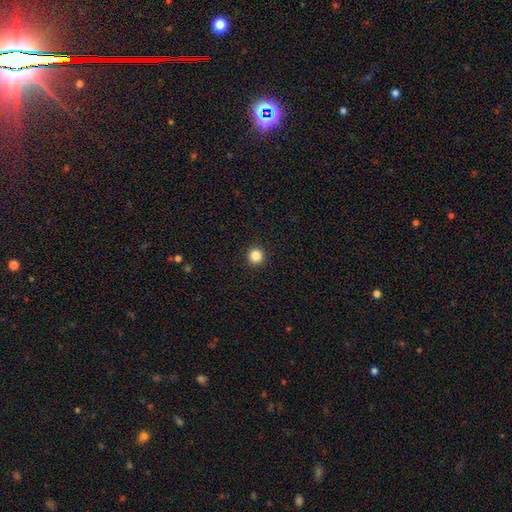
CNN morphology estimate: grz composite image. It shows a smooth galaxy with no disk features (85%) that is round (95%). Merging: none (93%).